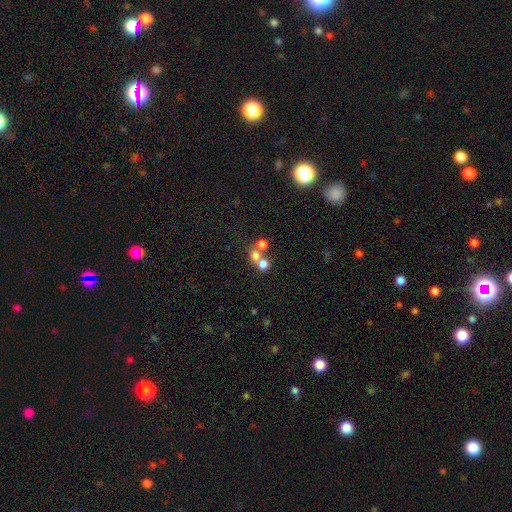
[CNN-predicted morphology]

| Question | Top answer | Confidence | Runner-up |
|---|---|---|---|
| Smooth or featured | smooth | 67% | star or artifact (16%) |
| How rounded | round | 80% | in between (19%) |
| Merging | merger | 52% | none (38%) |